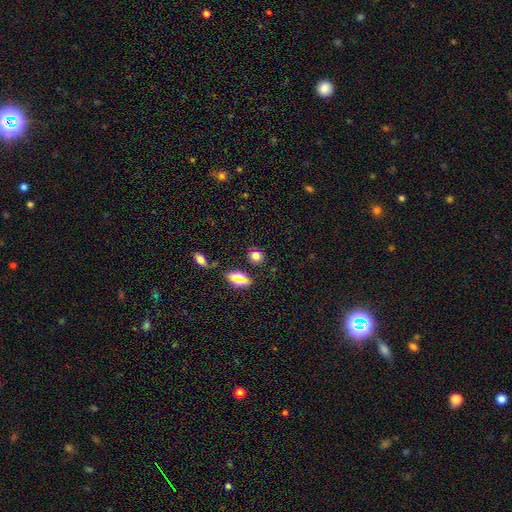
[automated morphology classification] type=smooth (72%); roundness=round (79%); merging=none (84%).